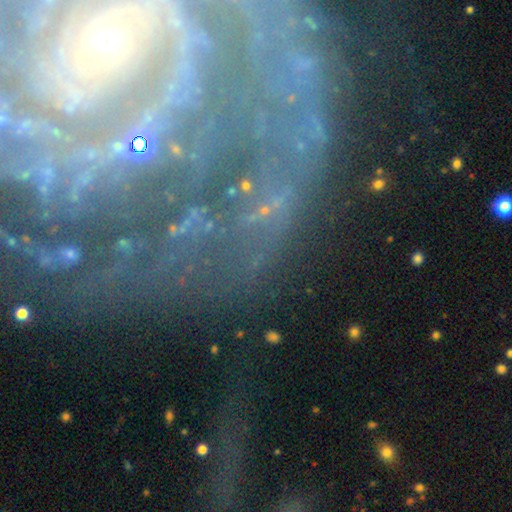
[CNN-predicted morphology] A featured or disk galaxy (74%) with no bar (42%), tight (65%) spiral arms (91%) and a small central bulge (68%). Merging: none (65%).